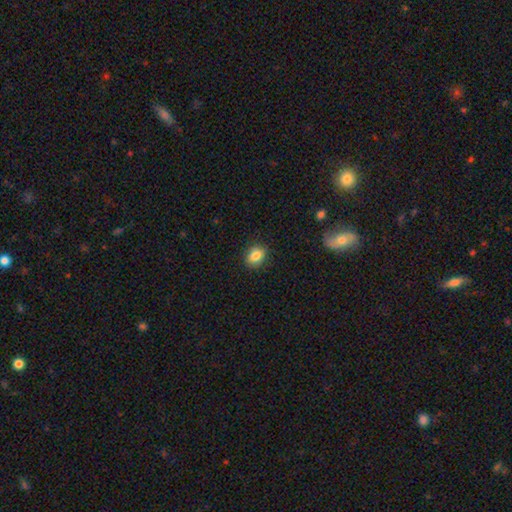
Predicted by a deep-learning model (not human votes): This is clearly a smooth galaxy (84%). How rounded: likely in between (63%). Merging: clearly none (87%).